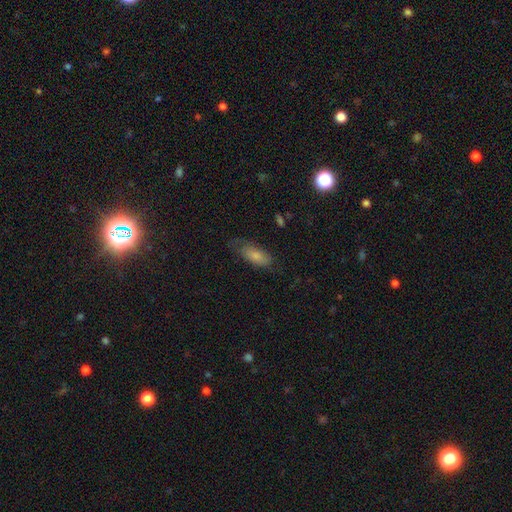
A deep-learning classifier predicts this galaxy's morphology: Smooth or featured? Predicted: smooth (p=0.76). How rounded? Predicted: in between (p=0.83). Merging? Predicted: none (p=0.53).